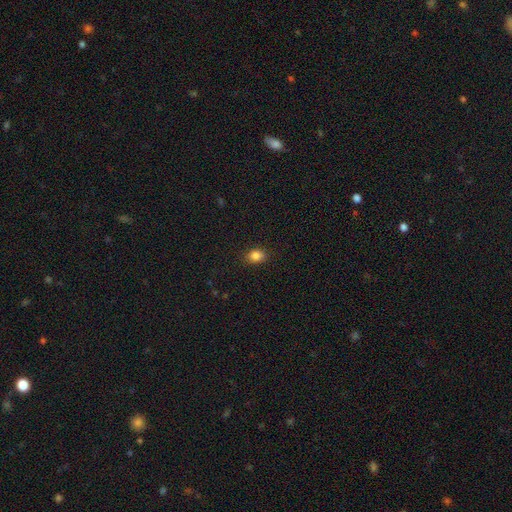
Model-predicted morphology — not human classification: smooth_or_featured: smooth (p=0.84) [alt: star or artifact p=0.11]
how_rounded: in between (p=0.63) [alt: round p=0.35]
merging: none (p=0.86) [alt: minor disturbance p=0.10]